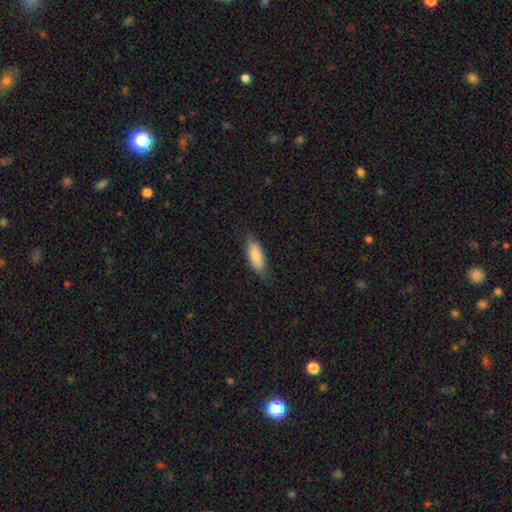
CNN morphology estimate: The model was most divided on "how rounded": in between: 68%, cigar-shaped: 30%, round: 2%. More confident: smooth or featured — smooth (81%); merging — none (74%).